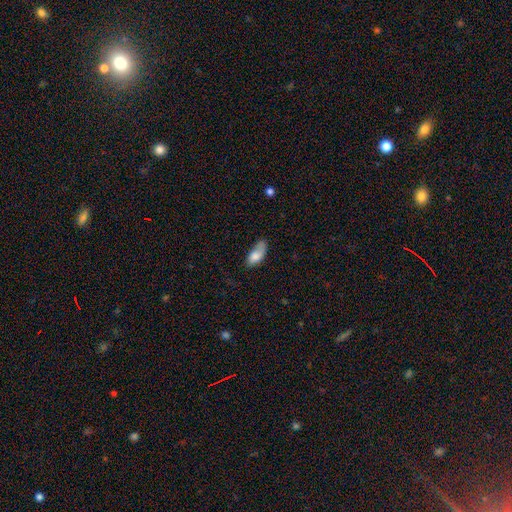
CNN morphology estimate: type=smooth (78%); roundness=in between (86%); merging=none (39%).